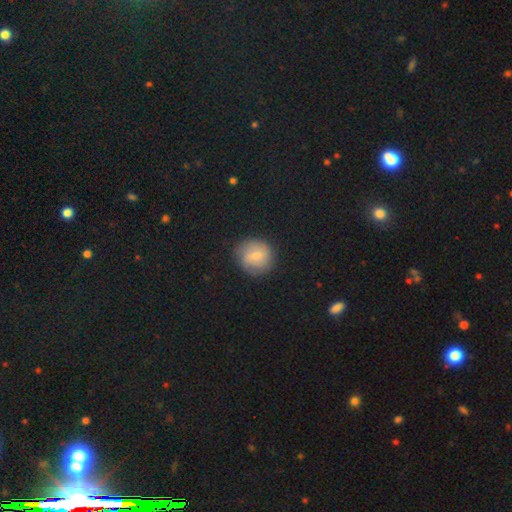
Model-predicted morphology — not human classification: smooth_or_featured: smooth (p=0.68) [alt: featured or disk p=0.24]
how_rounded: round (p=0.88) [alt: in between p=0.11]
merging: none (p=0.80) [alt: minor disturbance p=0.14]